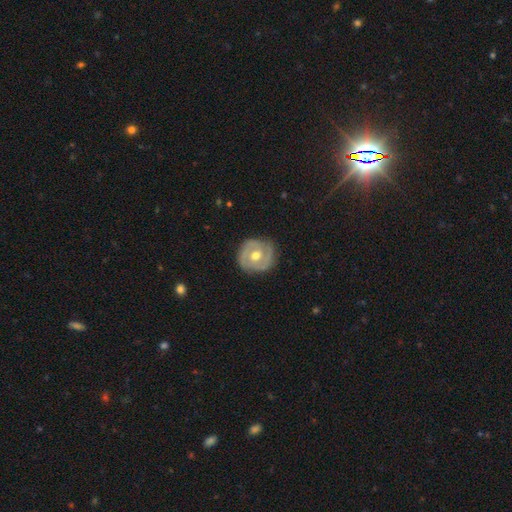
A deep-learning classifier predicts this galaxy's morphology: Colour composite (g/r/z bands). It shows a featured or disk galaxy (73%) with no bar (60%), 2 (61%) tight (56%) spiral arms (78%) and a moderate central bulge (81%). Merging: none (82%).